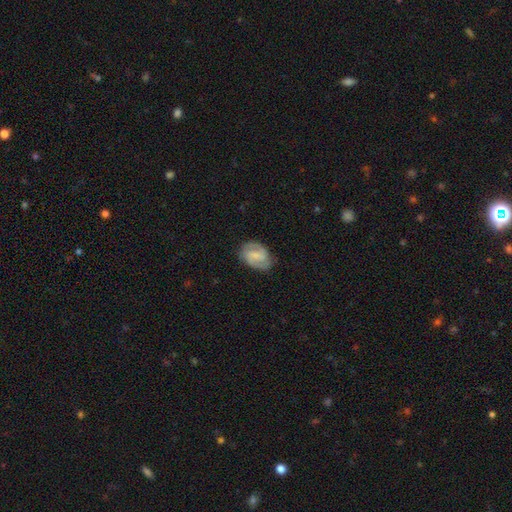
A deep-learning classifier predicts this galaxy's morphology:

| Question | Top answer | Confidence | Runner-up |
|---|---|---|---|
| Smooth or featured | featured or disk | 75% | smooth (19%) |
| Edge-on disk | no | 98% | yes (2%) |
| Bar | weak | 54% | strong (24%) |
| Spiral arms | yes | 94% | no (6%) |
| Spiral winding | medium | 50% | tight (34%) |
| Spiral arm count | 2 | 89% | can't tell (5%) |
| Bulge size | small | 42% | none (31%) |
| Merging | none | 78% | minor disturbance (16%) |